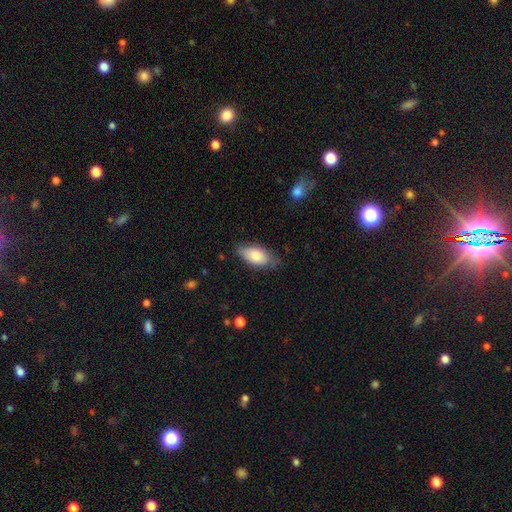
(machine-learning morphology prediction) Q: Smooth or featured?
A: smooth (80%); runner-up: featured or disk (14%)
Q: How rounded?
A: in between (90%); runner-up: cigar-shaped (7%)
Q: Merging?
A: none (72%); runner-up: minor disturbance (23%)